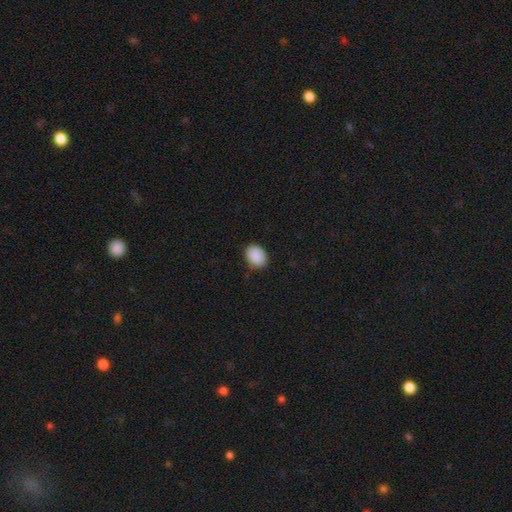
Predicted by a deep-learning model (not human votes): The model was most divided on "how rounded": in between: 70%, round: 30%, cigar-shaped: 1%. More confident: smooth or featured — smooth (90%); merging — none (84%).